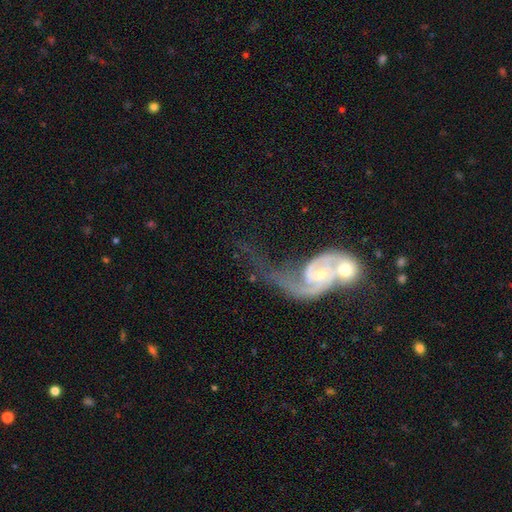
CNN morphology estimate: type=featured or disk (81%); edge-on=no (96%); bar=no (62%); spiral arms=yes (89%); winding=loose (45%); arm count=2 (61%); bulge=small (50%); merging=merger (63%).